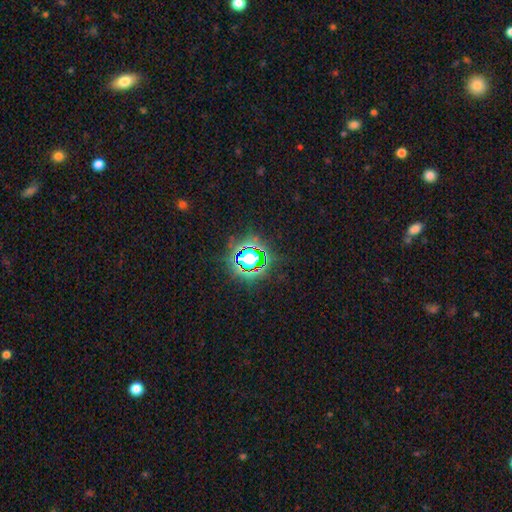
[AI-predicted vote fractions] Smooth or featured: star or artifact — 77% (smooth — 14%)